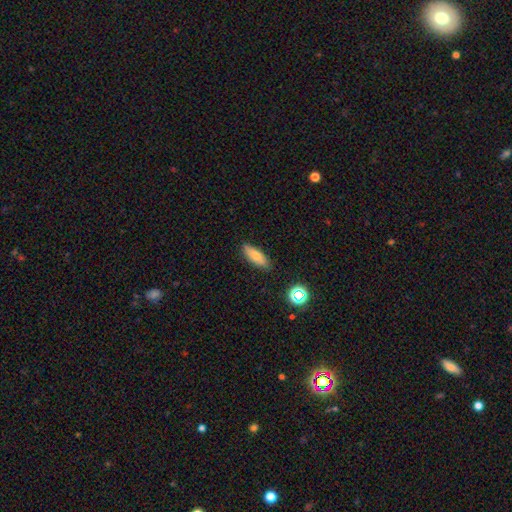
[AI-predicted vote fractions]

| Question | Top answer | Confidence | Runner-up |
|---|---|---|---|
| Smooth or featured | smooth | 73% | featured or disk (18%) |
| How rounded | in between | 65% | cigar-shaped (32%) |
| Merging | none | 85% | minor disturbance (12%) |